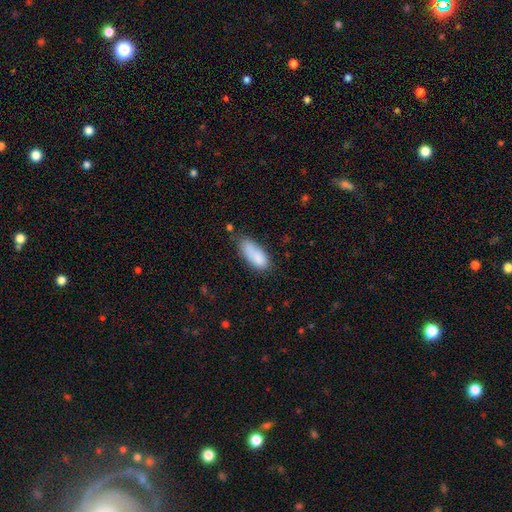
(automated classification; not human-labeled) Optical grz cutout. It shows a smooth galaxy with no disk features (84%) that is in between round and cigar-shaped (79%). Merging: none (54%).